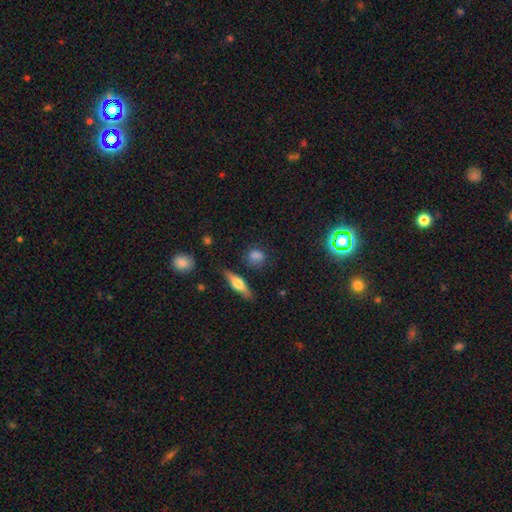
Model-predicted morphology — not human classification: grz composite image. It shows a smooth galaxy with no disk features (74%) that is round (52%). Merging: none (76%).